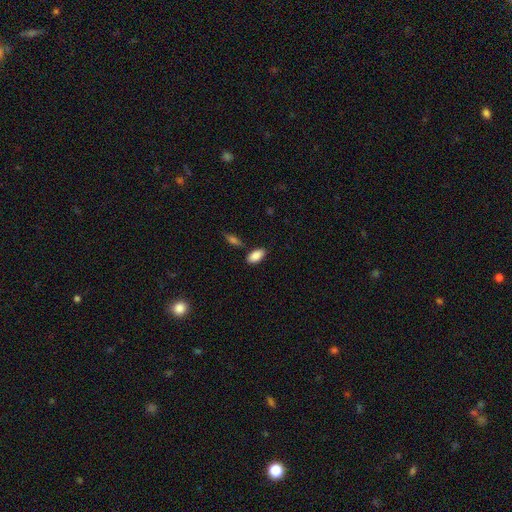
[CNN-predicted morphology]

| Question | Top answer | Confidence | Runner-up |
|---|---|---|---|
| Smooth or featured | smooth | 88% | star or artifact (7%) |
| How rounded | in between | 92% | cigar-shaped (5%) |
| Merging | none | 79% | minor disturbance (13%) |